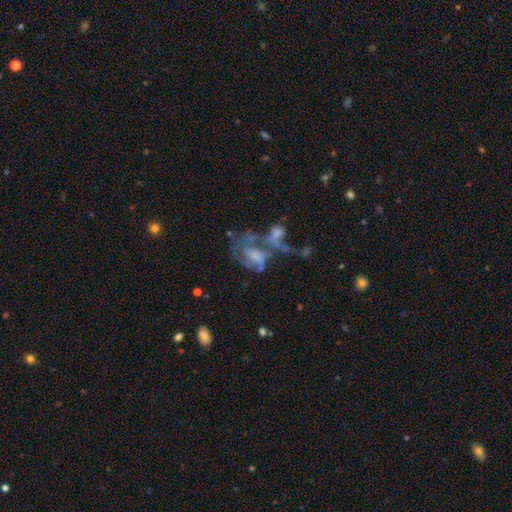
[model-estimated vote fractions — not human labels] Smooth or featured?
  - featured or disk: 64% *
  - smooth: 20%
  - star or artifact: 15%
Edge-on disk?
  - no: 96% *
  - yes: 4%
Bar?
  - no: 57% *
  - weak: 32%
  - strong: 10%
Spiral arms?
  - yes: 58% *
  - no: 42%
Bulge size?
  - none: 35% *
  - moderate: 28%
  - small: 28%
  - large: 7%
  - dominant: 2%
Merging?
  - merger: 39% *
  - major disturbance: 28%
  - none: 21%
  - minor disturbance: 12%